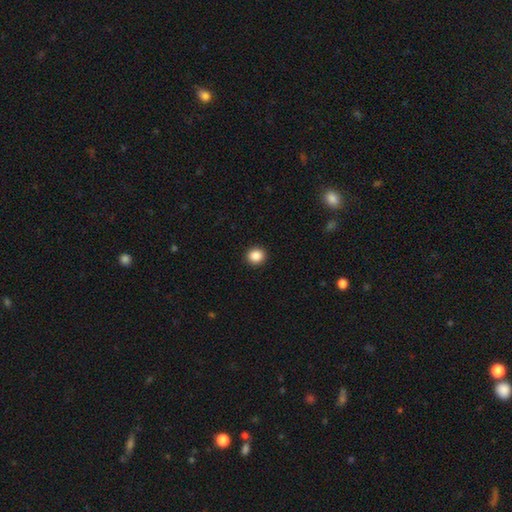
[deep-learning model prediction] Smooth or featured?
  - smooth: 88% *
  - star or artifact: 9%
  - featured or disk: 3%
How rounded?
  - round: 88% *
  - in between: 11%
  - cigar-shaped: 1%
Merging?
  - none: 93% *
  - minor disturbance: 5%
  - major disturbance: 2%
  - merger: 1%